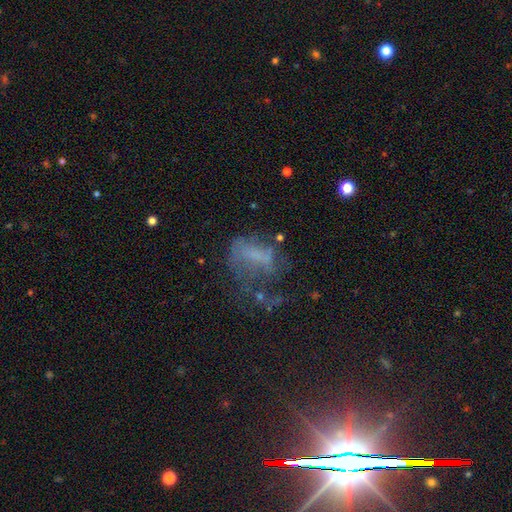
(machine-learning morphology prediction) Q: Smooth or featured?
A: featured or disk (42%); runner-up: smooth (34%)
Q: Merging?
A: major disturbance (46%); runner-up: none (28%)